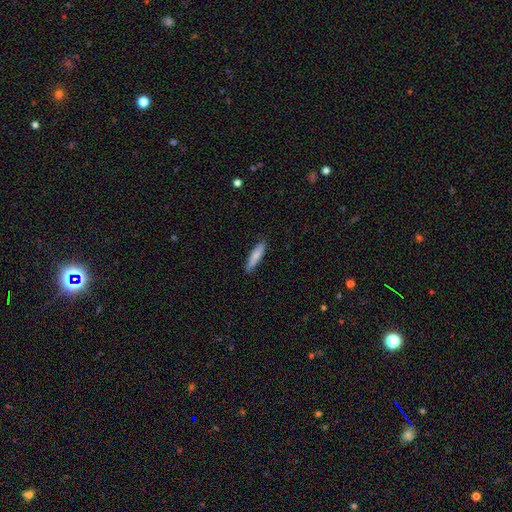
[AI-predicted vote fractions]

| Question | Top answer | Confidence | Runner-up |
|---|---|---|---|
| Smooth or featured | smooth | 80% | featured or disk (14%) |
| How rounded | cigar-shaped | 81% | in between (18%) |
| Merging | none | 83% | minor disturbance (13%) |